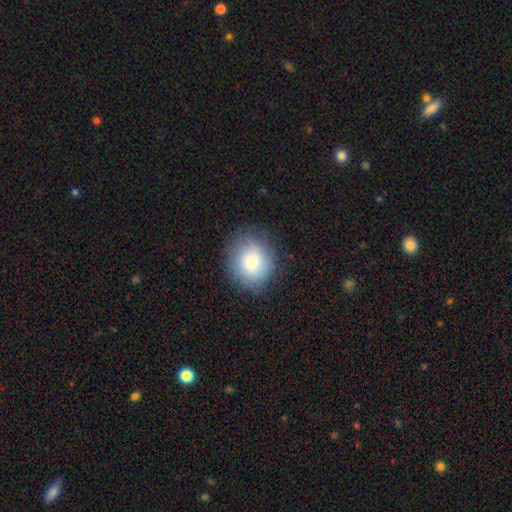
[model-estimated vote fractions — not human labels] Q: Smooth or featured?
A: smooth (78%); runner-up: featured or disk (13%)
Q: How rounded?
A: round (69%); runner-up: in between (31%)
Q: Merging?
A: none (83%); runner-up: minor disturbance (12%)